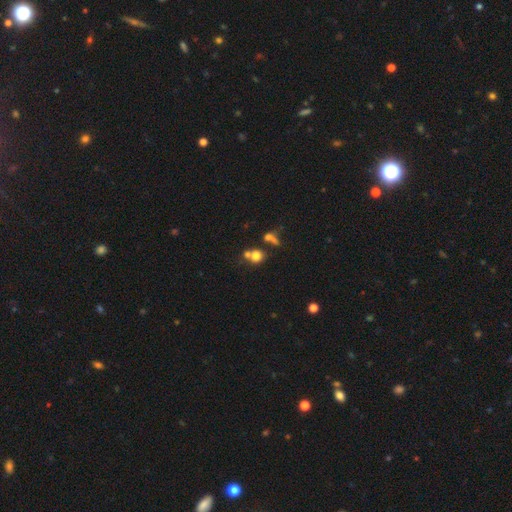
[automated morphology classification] type=smooth (72%); roundness=round (81%); merging=none (50%).